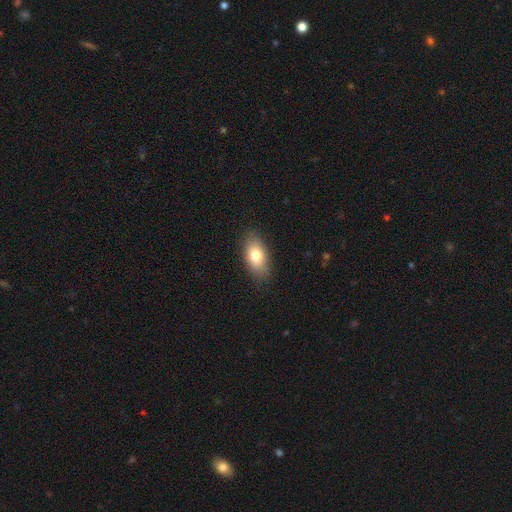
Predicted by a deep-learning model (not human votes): A smooth galaxy with no disk features (79%) that is in between round and cigar-shaped (89%).

Vote fractions:
- Smooth or featured? smooth: 79% / featured or disk: 14% / star or artifact: 7%
- How rounded? in between: 89% / cigar-shaped: 6% / round: 5%
- Merging? none: 86% / minor disturbance: 11% / major disturbance: 3% / merger: 1%